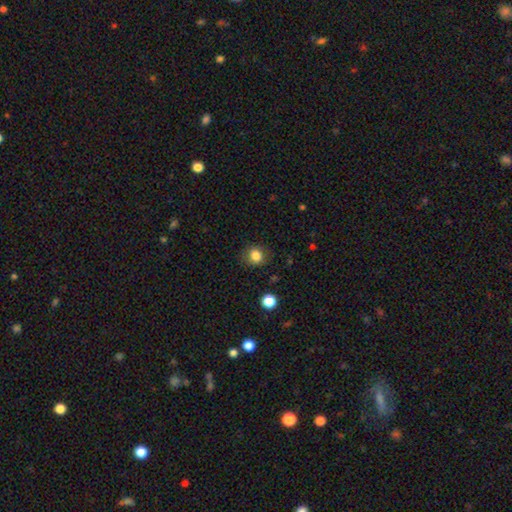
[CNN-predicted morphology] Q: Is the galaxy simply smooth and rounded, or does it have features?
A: smooth — 84%.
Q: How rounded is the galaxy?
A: round — 77%.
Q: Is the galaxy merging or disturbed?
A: none — 83%.